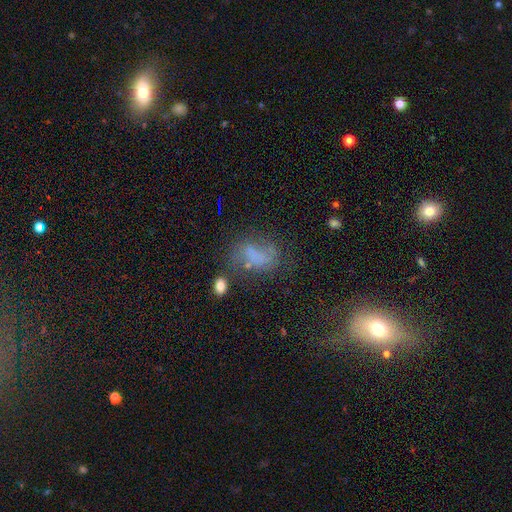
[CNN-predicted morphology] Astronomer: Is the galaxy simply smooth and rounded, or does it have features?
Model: smooth — 52% (runner-up: featured or disk, 30%).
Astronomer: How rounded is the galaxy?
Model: in between — 80%.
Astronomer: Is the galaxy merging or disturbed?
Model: none — 37% (runner-up: major disturbance, 26%).